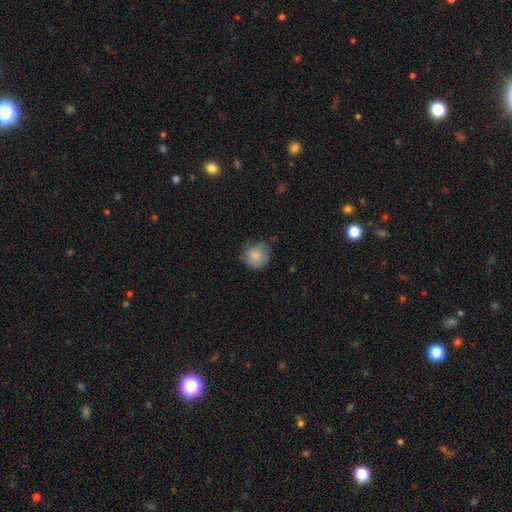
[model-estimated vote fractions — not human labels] Smooth or featured? smooth (83%)
How rounded? round (88%)
Merging? none (66%)